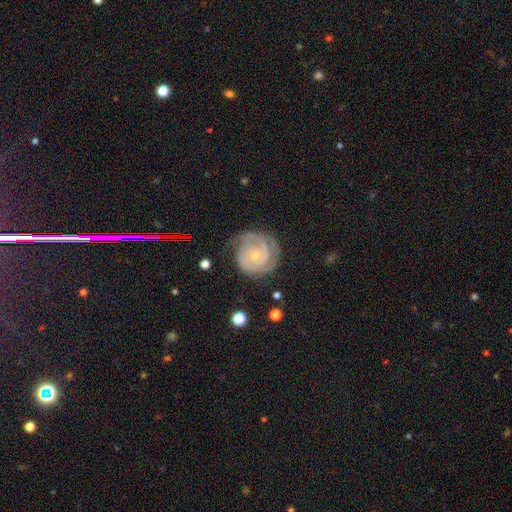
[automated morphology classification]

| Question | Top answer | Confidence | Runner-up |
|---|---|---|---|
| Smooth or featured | featured or disk | 86% | smooth (9%) |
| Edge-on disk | no | 98% | yes (2%) |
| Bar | no | 74% | weak (21%) |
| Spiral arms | yes | 97% | no (3%) |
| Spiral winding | tight | 74% | medium (22%) |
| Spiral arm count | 2 | 44% | 3 (24%) |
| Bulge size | small | 76% | moderate (20%) |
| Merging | none | 72% | minor disturbance (19%) |